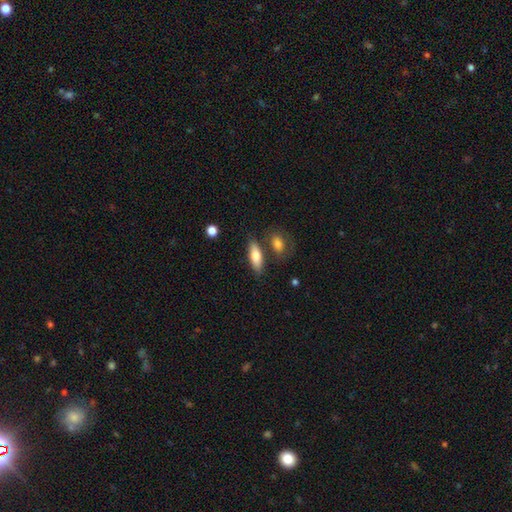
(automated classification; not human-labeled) This appears to be a smooth galaxy with no disk features (77%) that is in between round and cigar-shaped (65%). Merging: none (71%).